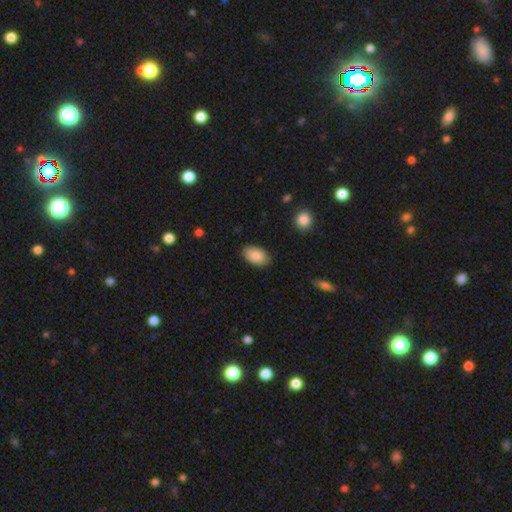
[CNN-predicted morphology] Smooth or featured? smooth (89%)
How rounded? in between (94%)
Merging? none (86%)